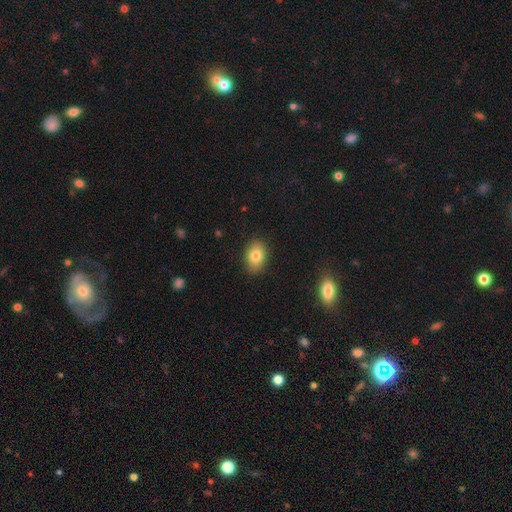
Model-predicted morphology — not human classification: This is clearly a smooth galaxy (81%). How rounded: likely in between (79%). Merging: clearly none (87%).